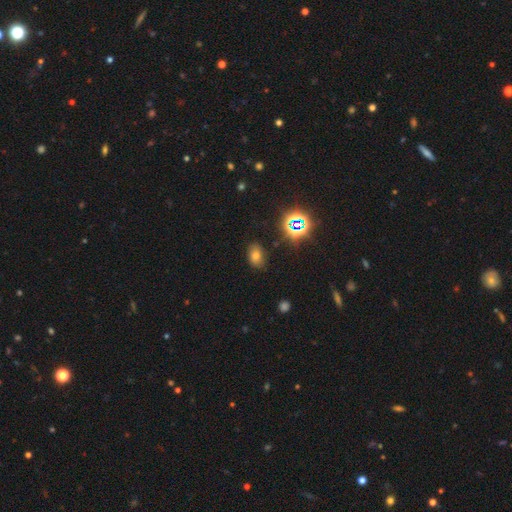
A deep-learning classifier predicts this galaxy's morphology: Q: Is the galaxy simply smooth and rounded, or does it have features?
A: smooth — 64%.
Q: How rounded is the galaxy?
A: in between — 80%.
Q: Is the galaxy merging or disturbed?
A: none — 82%.